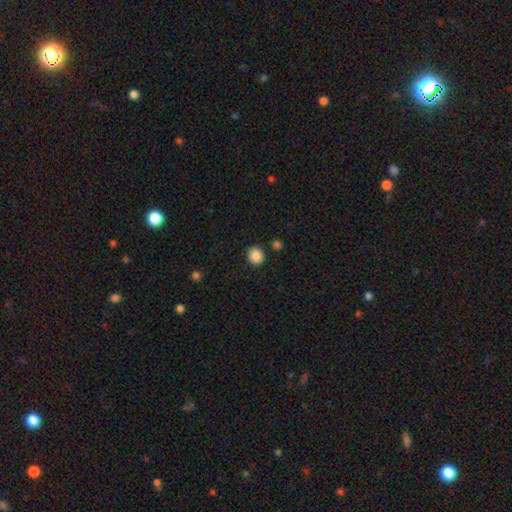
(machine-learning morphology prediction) This is clearly a smooth galaxy (88%). How rounded: likely round (70%). Merging: clearly none (87%).